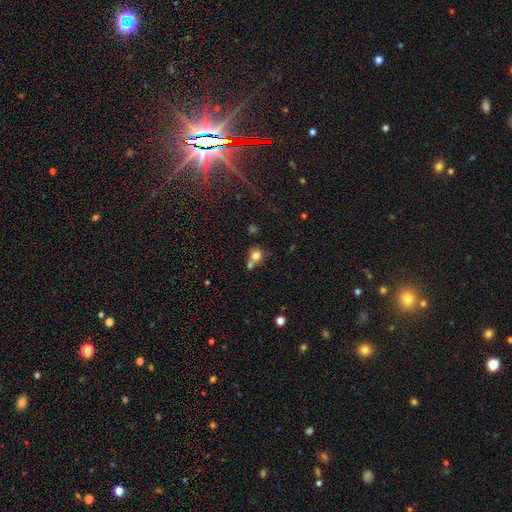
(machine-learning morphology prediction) Smooth or featured? smooth (77%)
How rounded? round (84%)
Merging? none (45%)